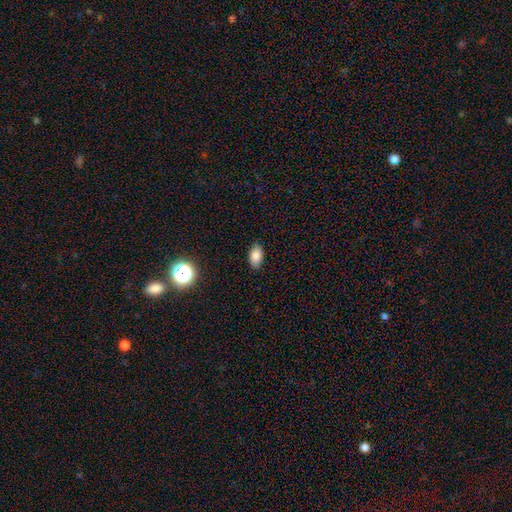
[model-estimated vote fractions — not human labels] Smooth or featured?
  - smooth: 84% *
  - star or artifact: 9%
  - featured or disk: 7%
How rounded?
  - in between: 91% *
  - round: 7%
  - cigar-shaped: 2%
Merging?
  - none: 86% *
  - minor disturbance: 11%
  - major disturbance: 2%
  - merger: 1%